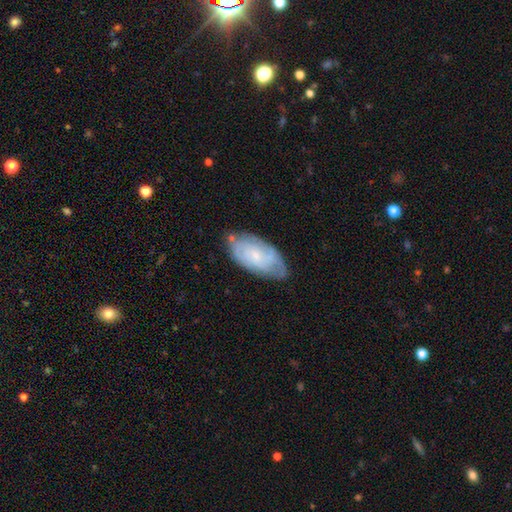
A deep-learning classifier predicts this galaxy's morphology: A featured or disk galaxy (63%) with no bar (70%), spiral arms (83%) and a small central bulge (75%). Merging: none (66%).